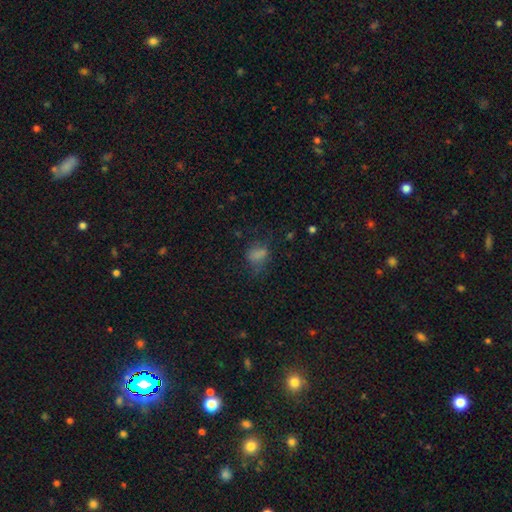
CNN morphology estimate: Smooth or featured: smooth — 61% (star or artifact — 26%)
How rounded: in between — 70% (round — 25%)
Merging: none — 55% (minor disturbance — 23%)